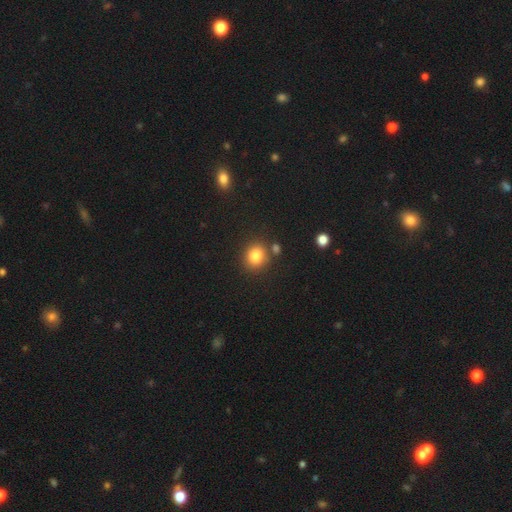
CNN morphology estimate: Overall: smooth (82%). How rounded: round (69%; in between 30%). Merging: none (77%).